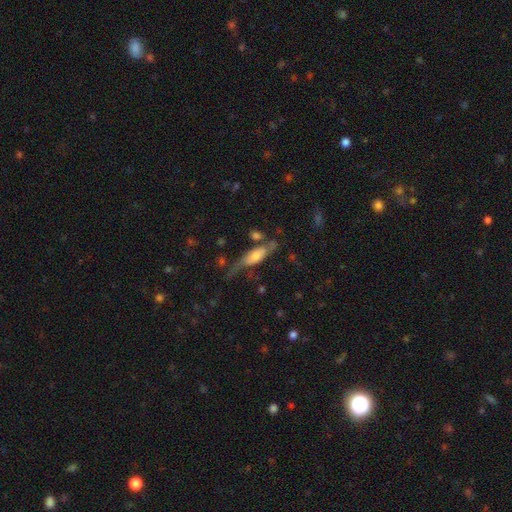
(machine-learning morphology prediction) smooth_or_featured: featured or disk (p=0.46) [alt: smooth p=0.45]
merging: none (p=0.44) [alt: minor disturbance p=0.26]